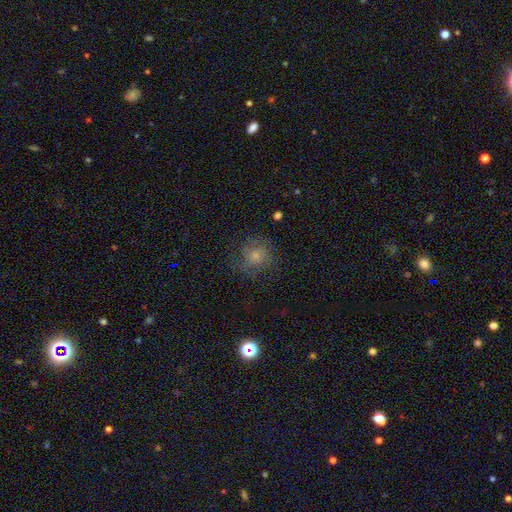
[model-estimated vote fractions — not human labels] Smooth or featured? Predicted: smooth (p=0.43). Merging? Predicted: none (p=0.71).